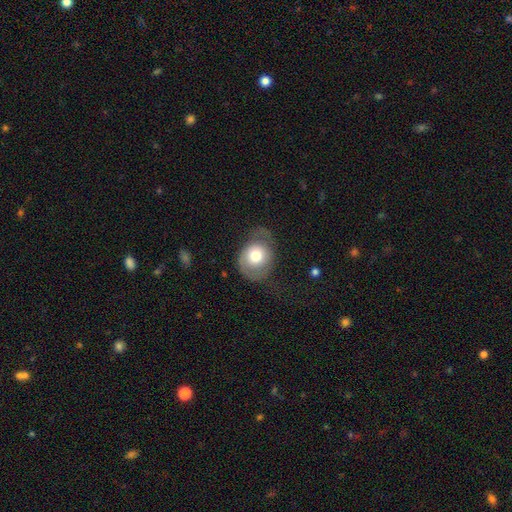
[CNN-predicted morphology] Smooth or featured: smooth — 60% (featured or disk — 33%)
How rounded: round — 60% (in between — 39%)
Merging: none — 43% (minor disturbance — 30%)